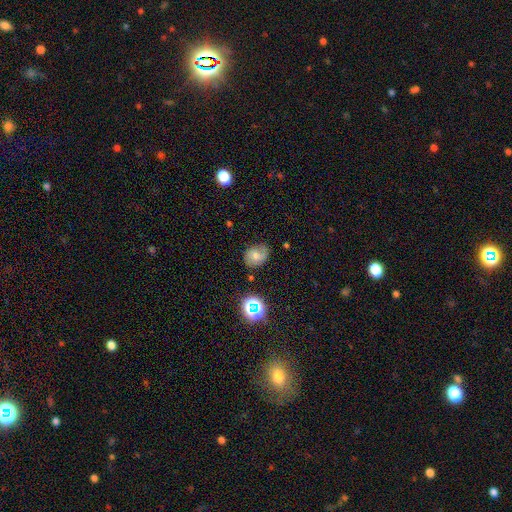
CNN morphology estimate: type=smooth (43%, tied with featured or disk); merging=none (66%).